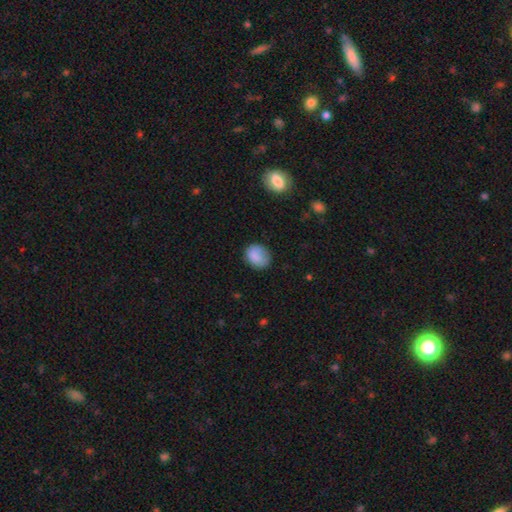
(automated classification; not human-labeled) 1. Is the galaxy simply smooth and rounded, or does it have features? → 84% smooth, 8% star or artifact, 7% featured or disk.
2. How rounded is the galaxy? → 51% round, 48% in between, 1% cigar-shaped.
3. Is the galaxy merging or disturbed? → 69% none, 22% minor disturbance, 6% major disturbance, 2% merger.